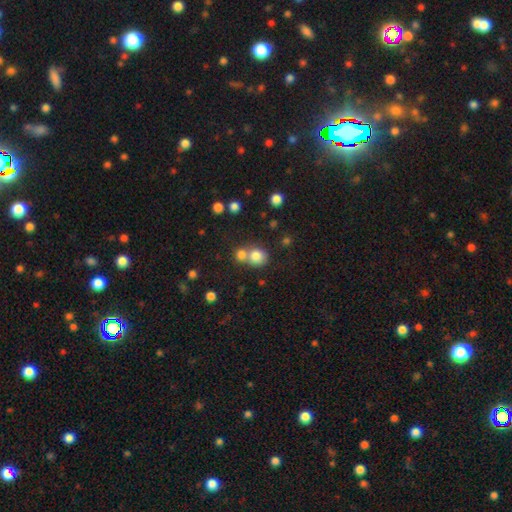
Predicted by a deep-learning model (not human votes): Overall: smooth (80%). How rounded: round (81%). Merging: merger (48%; none 42%).